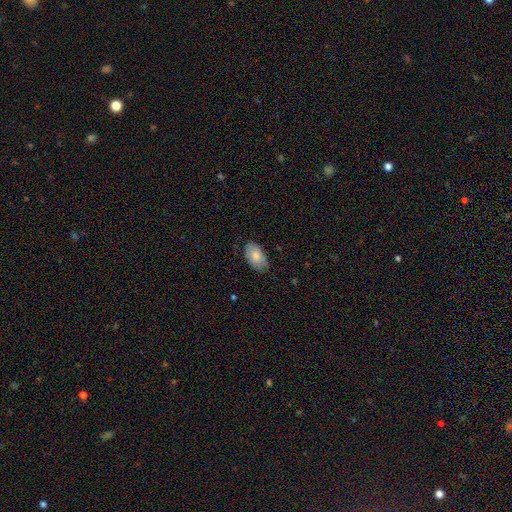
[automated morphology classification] Overall: smooth (77%). How rounded: in between (94%). Merging: none (77%).